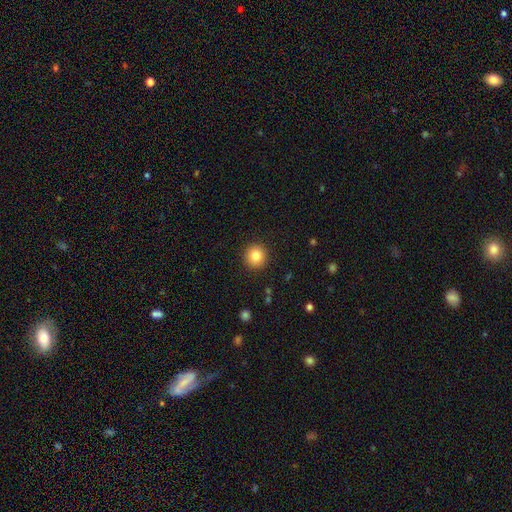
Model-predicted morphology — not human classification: A smooth galaxy with no disk features (84%) that is round (94%).

Vote fractions:
- Smooth or featured? smooth: 84% / star or artifact: 10% / featured or disk: 6%
- How rounded? round: 94% / in between: 5% / cigar-shaped: 1%
- Merging? none: 92% / minor disturbance: 5% / major disturbance: 2% / merger: 1%